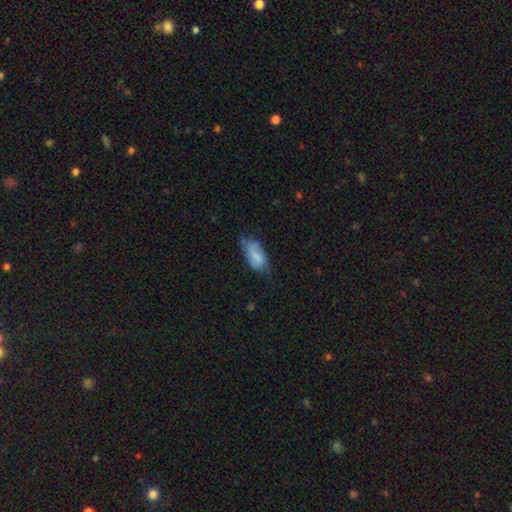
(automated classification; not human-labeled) The model was most divided on "merging": none: 43%, minor disturbance: 39%, major disturbance: 15%, merger: 3%. More confident: how rounded — in between (90%); smooth or featured — smooth (73%).